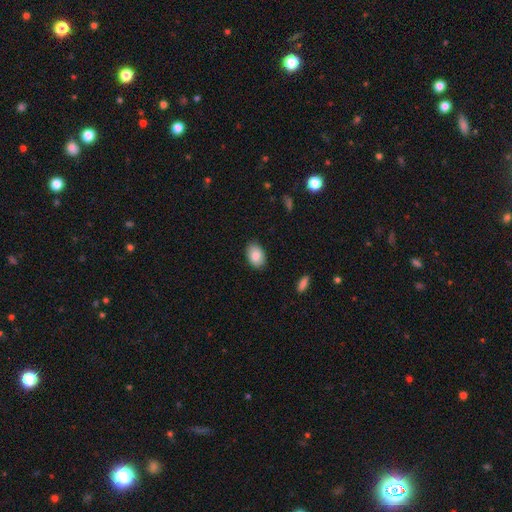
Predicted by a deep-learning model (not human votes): Morphology: type=smooth (85%); roundness=in between (84%); merging=none (86%).